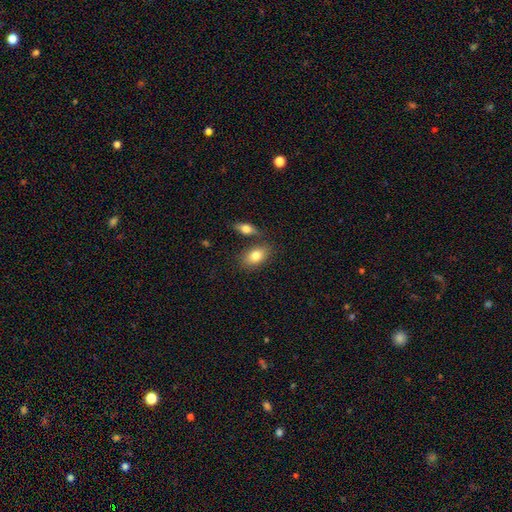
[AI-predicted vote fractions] Smooth or featured? Predicted: smooth (p=0.81). How rounded? Predicted: in between (p=0.87). Merging? Predicted: none (p=0.67).